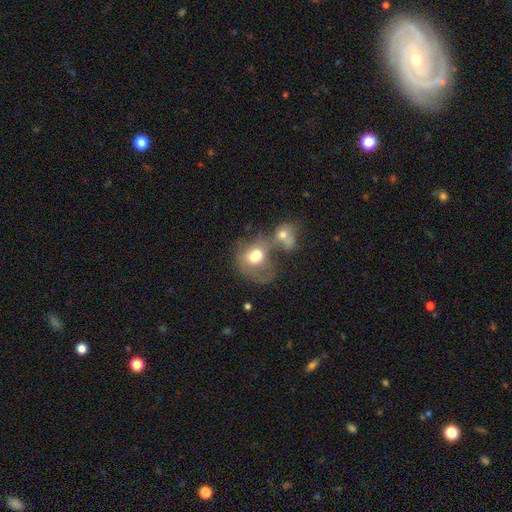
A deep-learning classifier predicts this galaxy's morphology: The model was most divided on "how rounded": in between: 52%, round: 47%, cigar-shaped: 1%. More confident: merging — merger (70%); smooth or featured — smooth (60%).